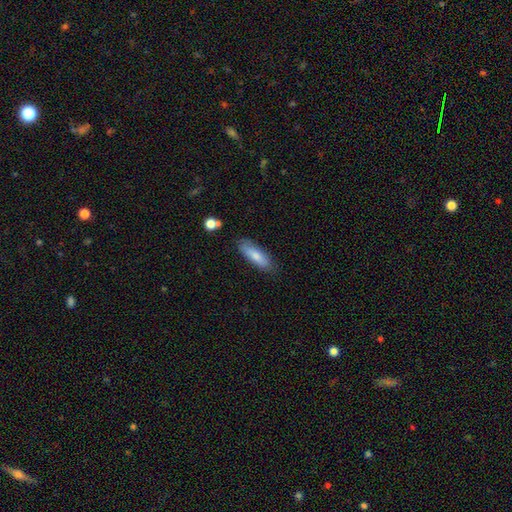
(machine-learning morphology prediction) type=smooth (78%); roundness=in between (51%); merging=none (79%).